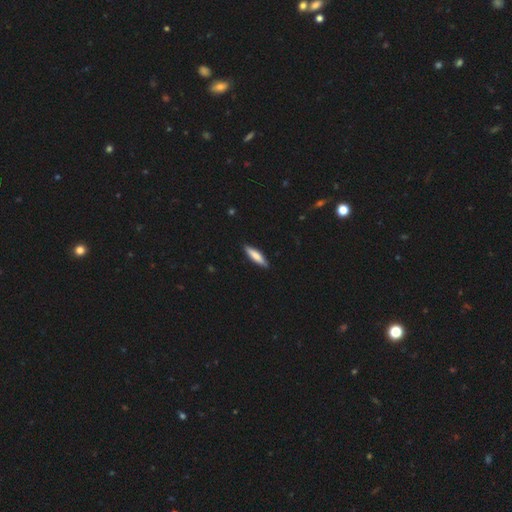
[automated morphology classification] Smooth or featured: smooth — 77% (featured or disk — 18%)
How rounded: cigar-shaped — 72% (in between — 27%)
Merging: none — 89% (minor disturbance — 8%)